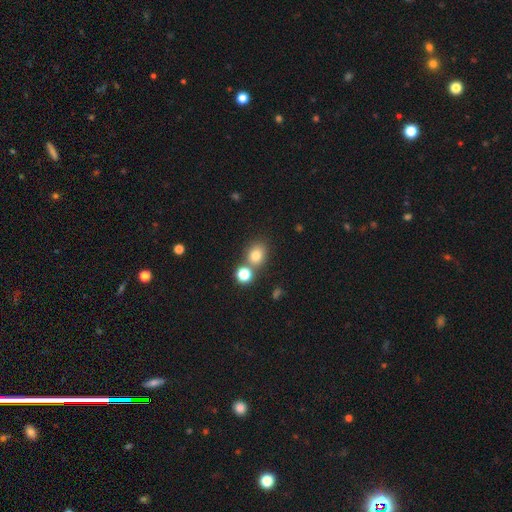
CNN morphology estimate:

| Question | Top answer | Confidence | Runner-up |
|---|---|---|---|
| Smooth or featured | smooth | 79% | star or artifact (14%) |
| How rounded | round | 68% | in between (31%) |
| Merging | none | 65% | merger (22%) |